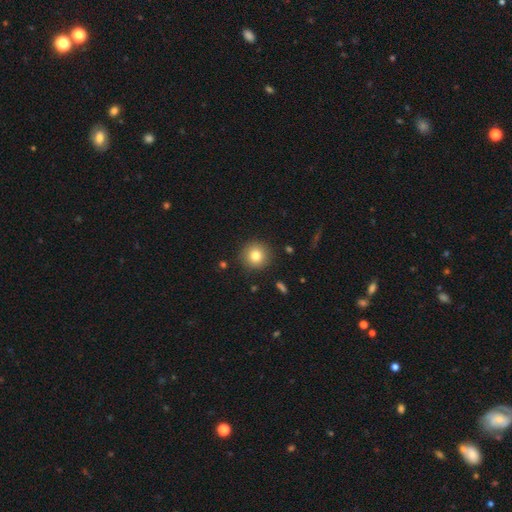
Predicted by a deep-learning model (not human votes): Smooth or featured? smooth (81%)
How rounded? round (94%)
Merging? none (90%)